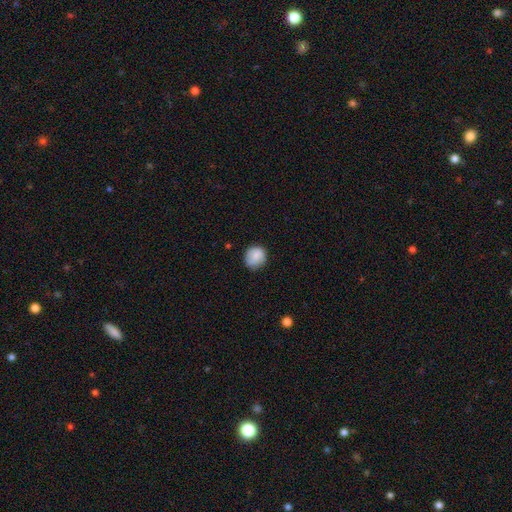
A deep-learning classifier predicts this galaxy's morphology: smooth-or-featured: smooth: 83% | featured or disk: 10% | star or artifact: 7%
  how-rounded: round: 85% | in between: 14% | cigar-shaped: 1%
  merging: none: 80% | minor disturbance: 15% | major disturbance: 3% | merger: 1%